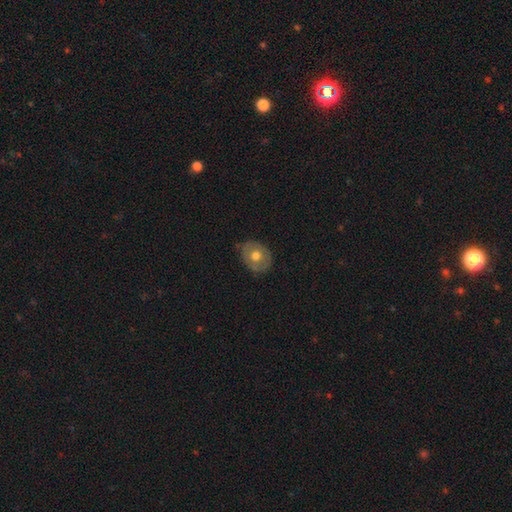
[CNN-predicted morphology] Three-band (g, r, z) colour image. It shows a smooth galaxy with no disk features (57%) that is round (50%). Merging: none (82%).